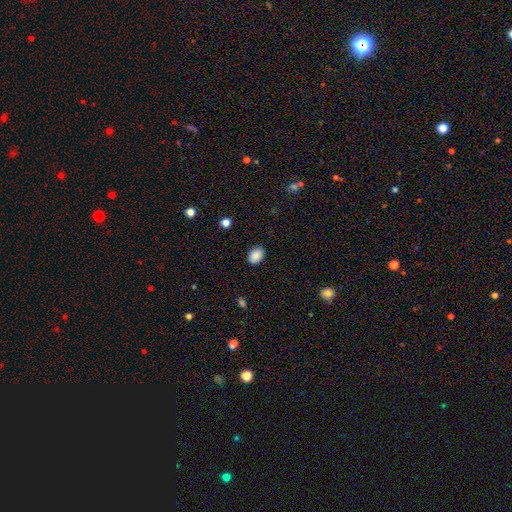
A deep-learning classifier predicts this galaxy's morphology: Smooth or featured? smooth (89%)
How rounded? in between (74%)
Merging? none (88%)